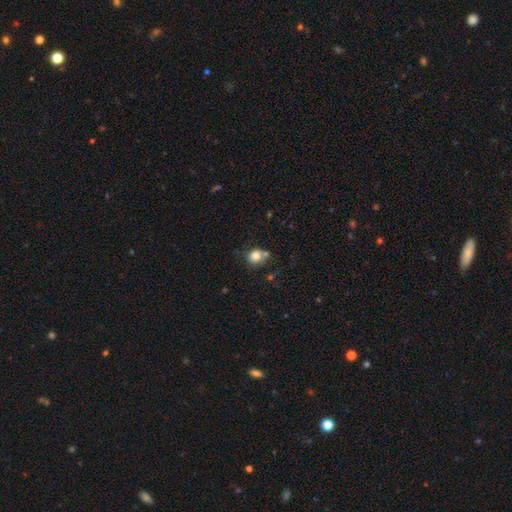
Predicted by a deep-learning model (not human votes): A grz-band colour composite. It shows a smooth galaxy with no disk features (81%) that is round (75%). Merging: none (57%).